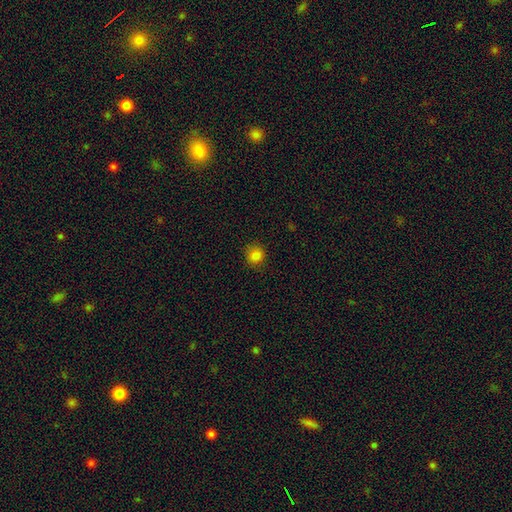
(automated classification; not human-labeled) A smooth galaxy with no disk features (83%) that is round (88%).

Vote fractions:
- Smooth or featured? smooth: 83% / star or artifact: 13% / featured or disk: 4%
- How rounded? round: 88% / in between: 11% / cigar-shaped: 1%
- Merging? none: 87% / minor disturbance: 9% / major disturbance: 2% / merger: 1%